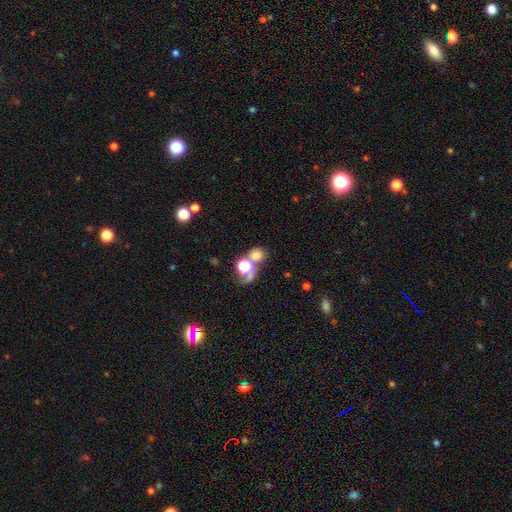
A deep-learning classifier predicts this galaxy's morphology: This is likely a smooth galaxy (69%). How rounded: likely round (72%). Merging: possibly merger (46%).